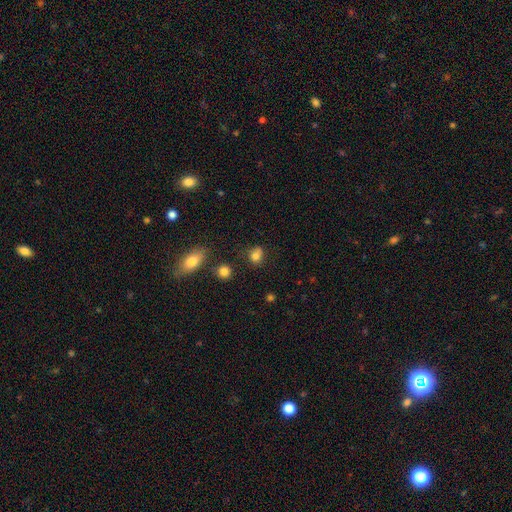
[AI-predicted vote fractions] This appears to be a smooth galaxy with no disk features (81%) that is round (57%). Merging: none (63%).